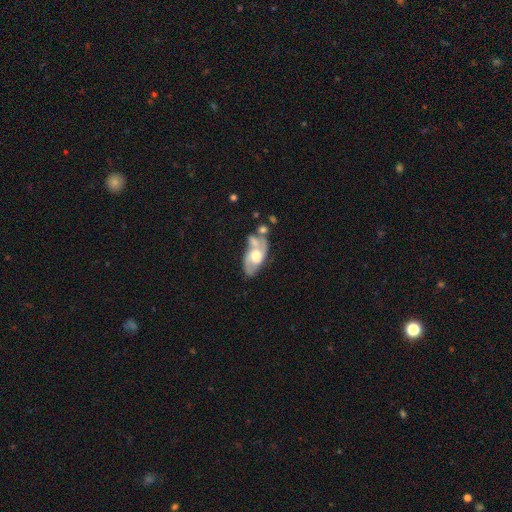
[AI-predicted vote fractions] Smooth or featured: featured or disk — 73% (smooth — 21%)
Edge-on disk: no — 92% (yes — 8%)
Bar: no — 63% (weak — 30%)
Spiral arms: yes — 85% (no — 15%)
Spiral winding: medium — 48% (loose — 30%)
Spiral arm count: 2 — 77% (can't tell — 11%)
Bulge size: moderate — 60% (large — 26%)
Merging: none — 42% (merger — 25%)